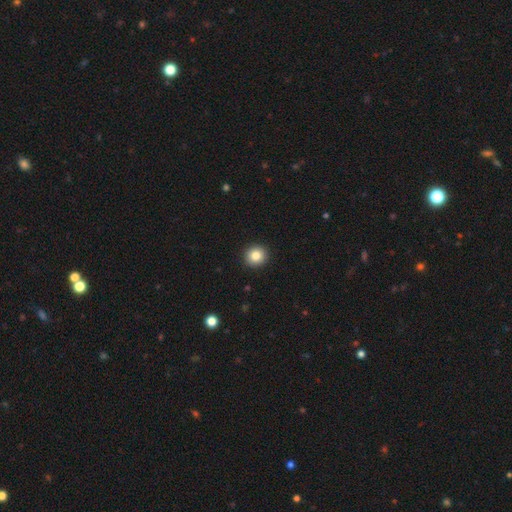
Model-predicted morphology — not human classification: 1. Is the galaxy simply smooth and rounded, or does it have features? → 84% smooth, 10% star or artifact, 6% featured or disk.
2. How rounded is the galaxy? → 93% round, 6% in between, 1% cigar-shaped.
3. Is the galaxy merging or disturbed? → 93% none, 4% minor disturbance, 2% major disturbance, 1% merger.